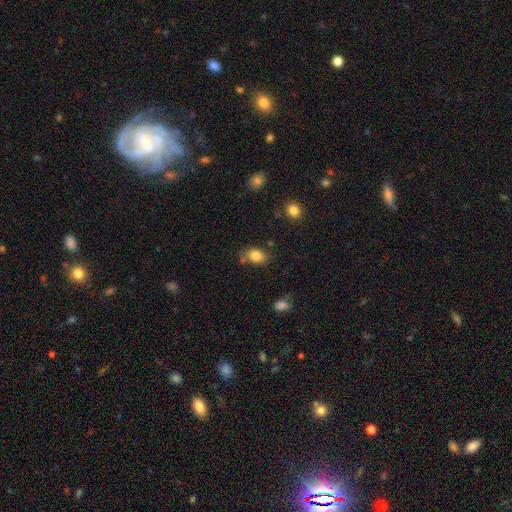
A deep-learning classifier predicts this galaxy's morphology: Smooth or featured?
  - smooth: 84% *
  - star or artifact: 9%
  - featured or disk: 8%
How rounded?
  - in between: 83% *
  - round: 16%
  - cigar-shaped: 1%
Merging?
  - none: 70% *
  - minor disturbance: 18%
  - merger: 7%
  - major disturbance: 5%